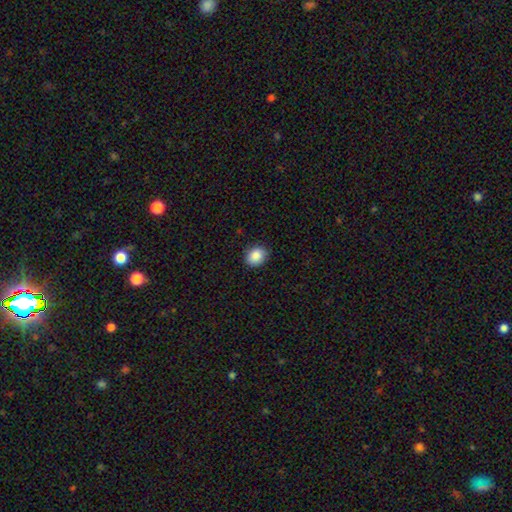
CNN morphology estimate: This is clearly a smooth galaxy (88%). How rounded: possibly round (52%). Merging: clearly none (88%).